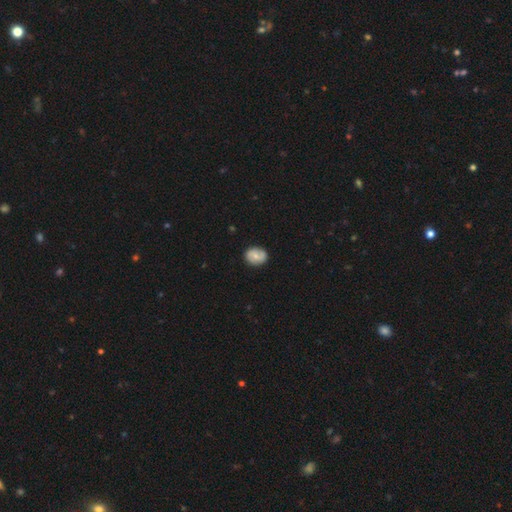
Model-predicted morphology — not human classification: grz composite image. It shows a smooth galaxy with no disk features (57%) that is round (51%). Merging: none (83%).